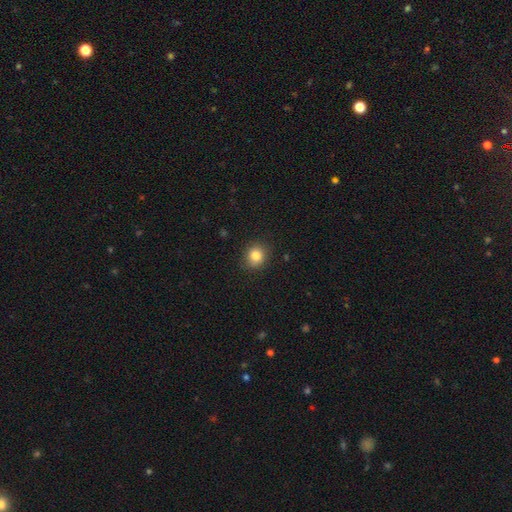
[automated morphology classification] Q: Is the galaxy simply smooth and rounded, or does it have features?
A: smooth — 83%.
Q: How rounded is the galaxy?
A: round — 79%.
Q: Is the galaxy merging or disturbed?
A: none — 88%.